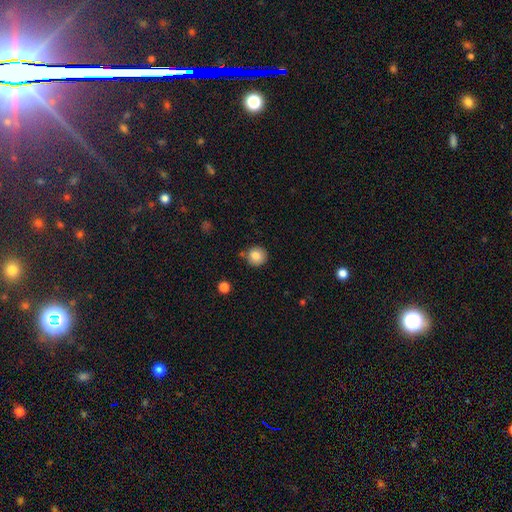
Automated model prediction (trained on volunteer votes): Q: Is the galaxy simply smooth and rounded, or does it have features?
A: smooth — 84%.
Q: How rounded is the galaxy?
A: round — 93%.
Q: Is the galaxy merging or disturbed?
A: none — 80%.